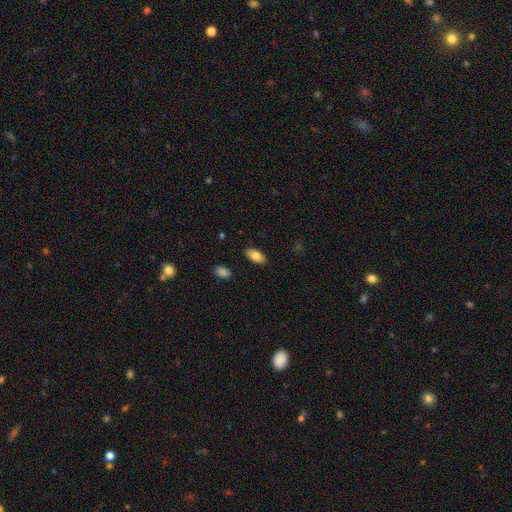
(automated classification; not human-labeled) A smooth galaxy with no disk features (81%) that is in between round and cigar-shaped (92%).

Vote fractions:
- Smooth or featured? smooth: 81% / featured or disk: 12% / star or artifact: 7%
- How rounded? in between: 92% / cigar-shaped: 5% / round: 3%
- Merging? none: 87% / minor disturbance: 9% / major disturbance: 2% / merger: 1%